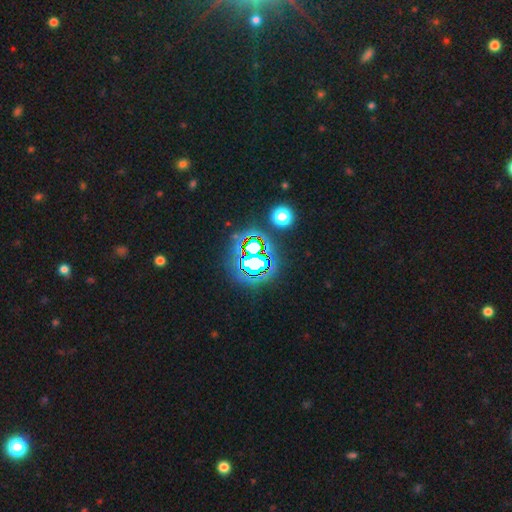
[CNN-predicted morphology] Smooth or featured?
  - star or artifact: 74% *
  - smooth: 14%
  - featured or disk: 12%